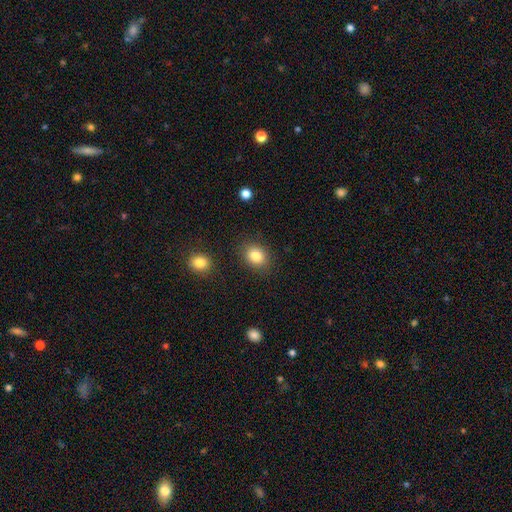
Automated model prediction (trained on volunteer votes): Smooth or featured? smooth (83%)
How rounded? round (51%)
Merging? none (85%)